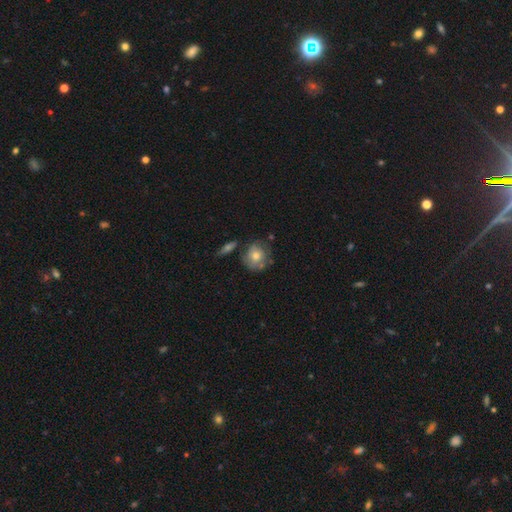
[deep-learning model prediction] smooth_or_featured: smooth (p=0.61) [alt: featured or disk p=0.32]
how_rounded: round (p=0.80) [alt: in between p=0.19]
merging: none (p=0.62) [alt: minor disturbance p=0.21]